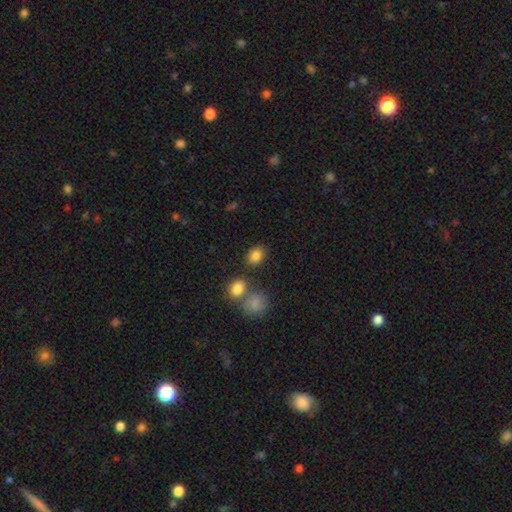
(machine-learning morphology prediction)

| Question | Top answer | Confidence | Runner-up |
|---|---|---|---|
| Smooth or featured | smooth | 84% | star or artifact (10%) |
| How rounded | in between | 62% | round (37%) |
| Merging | none | 74% | merger (11%) |